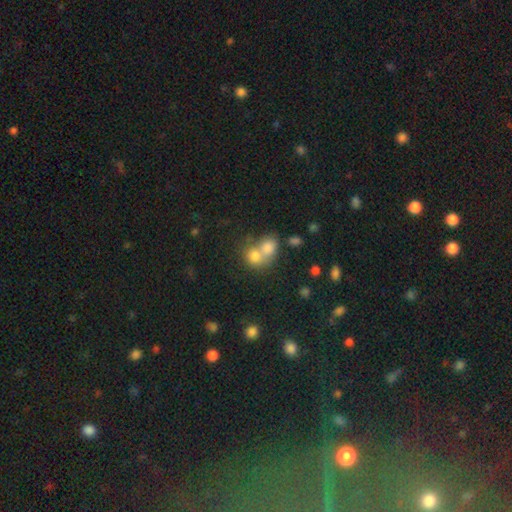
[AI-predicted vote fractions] Smooth or featured? smooth (76%)
How rounded? round (62%)
Merging? merger (66%)